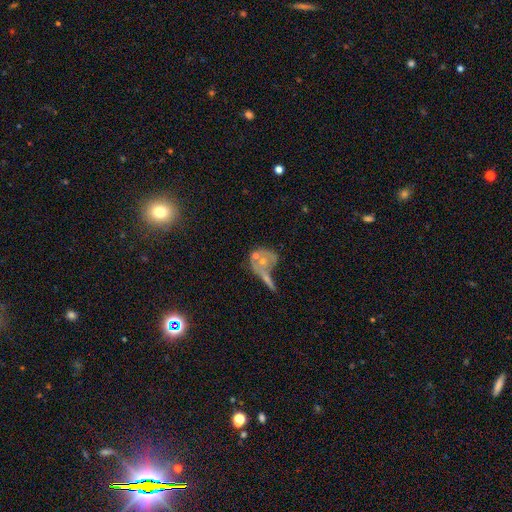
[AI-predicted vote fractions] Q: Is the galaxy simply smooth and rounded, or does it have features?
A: featured or disk — 49%.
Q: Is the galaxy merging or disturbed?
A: merger — 39%.